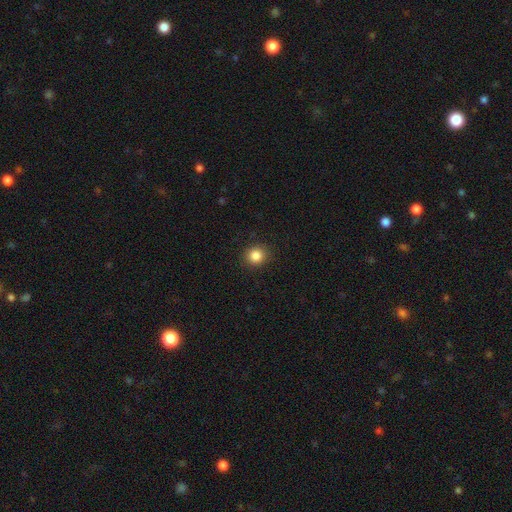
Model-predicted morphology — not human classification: Q: Smooth or featured?
A: smooth (86%); runner-up: star or artifact (10%)
Q: How rounded?
A: round (86%); runner-up: in between (13%)
Q: Merging?
A: none (90%); runner-up: minor disturbance (6%)